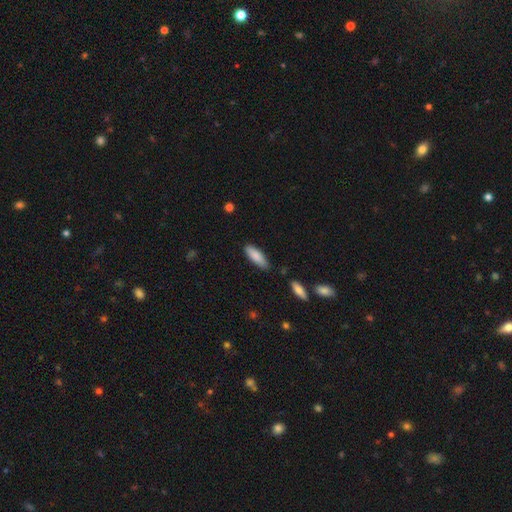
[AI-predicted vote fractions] smooth 85%, featured or disk 9%, star or artifact 6%. Down the decision tree: how rounded — in between (56%); merging — none (78%).